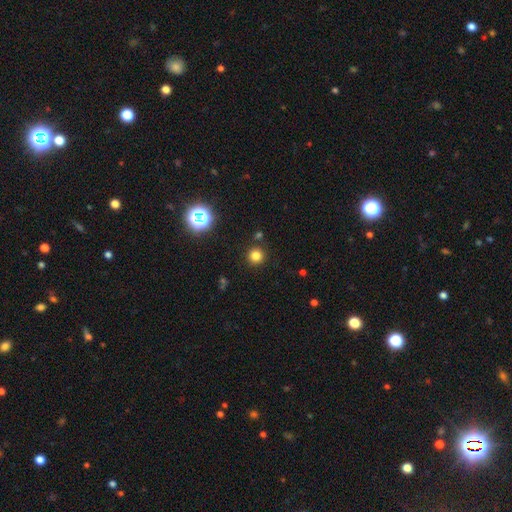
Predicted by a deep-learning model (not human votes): This appears to be a smooth galaxy with no disk features (78%) that is round (94%). Merging: none (88%).